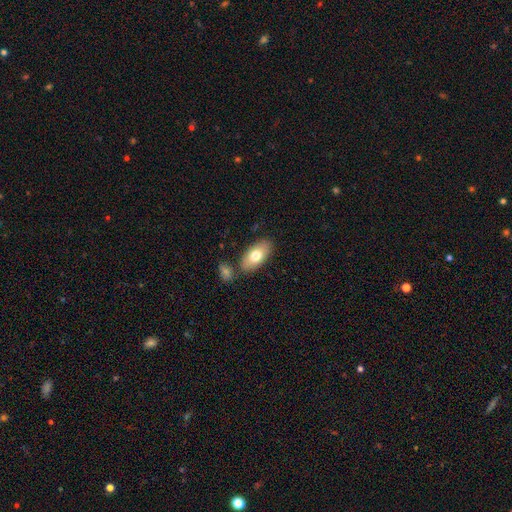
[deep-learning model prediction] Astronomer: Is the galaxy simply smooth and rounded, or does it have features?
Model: smooth — 73%.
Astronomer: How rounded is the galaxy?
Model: in between — 91%.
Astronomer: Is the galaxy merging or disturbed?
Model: none — 79%.